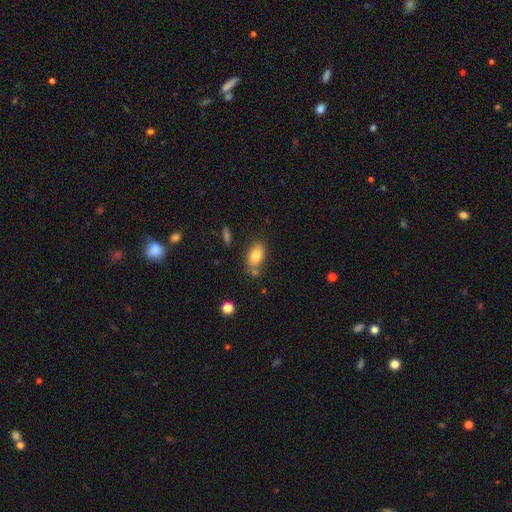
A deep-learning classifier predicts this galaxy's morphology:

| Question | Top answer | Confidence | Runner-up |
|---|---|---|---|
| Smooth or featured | smooth | 79% | featured or disk (12%) |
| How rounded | in between | 88% | round (9%) |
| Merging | none | 69% | minor disturbance (16%) |